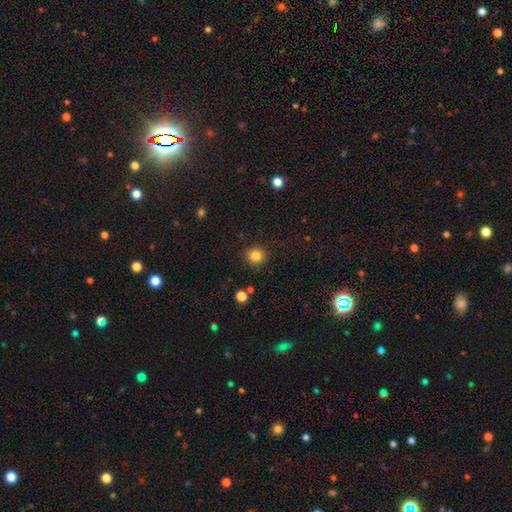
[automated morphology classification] Smooth or featured: smooth — 83% (star or artifact — 12%)
How rounded: round — 91% (in between — 8%)
Merging: none — 90% (minor disturbance — 6%)